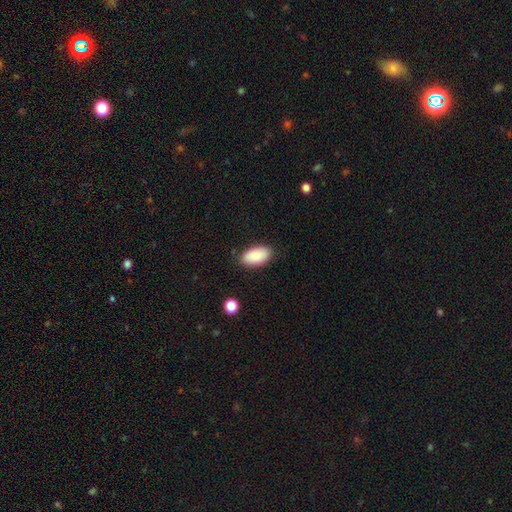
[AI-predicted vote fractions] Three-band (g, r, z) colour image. It shows a smooth galaxy with no disk features (88%) that is in between round and cigar-shaped (95%). Merging: none (86%).